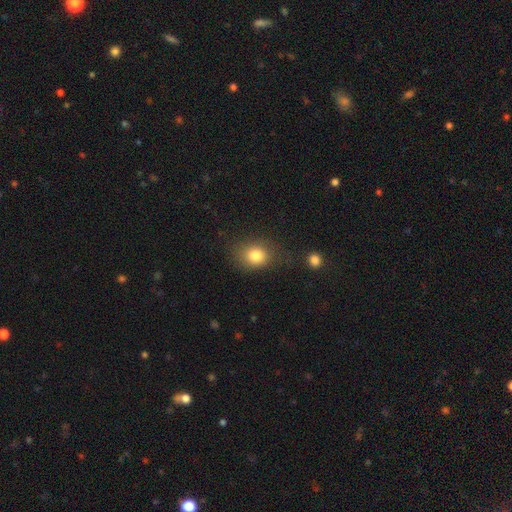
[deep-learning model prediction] Overall: smooth (81%). How rounded: round (52%; in between 46%). Merging: none (71%).